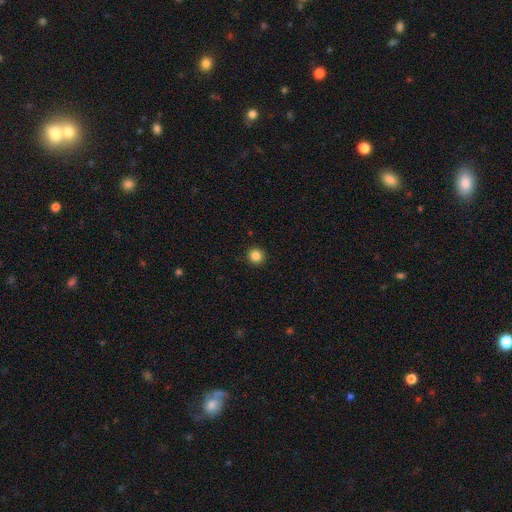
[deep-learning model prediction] Smooth or featured? smooth (85%)
How rounded? round (95%)
Merging? none (93%)